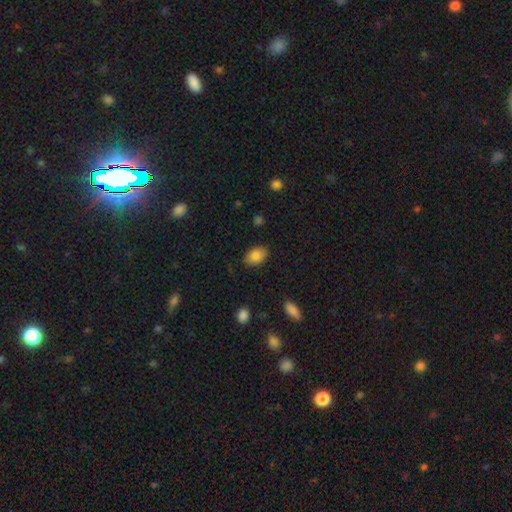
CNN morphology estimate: The model was most divided on "how rounded": in between: 84%, round: 15%, cigar-shaped: 1%. More confident: smooth or featured — smooth (85%); merging — none (83%).